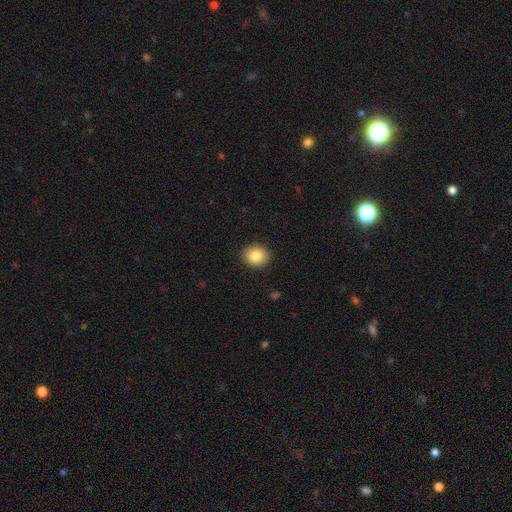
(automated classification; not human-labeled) A smooth galaxy with no disk features (85%) that is round (70%).

Vote fractions:
- Smooth or featured? smooth: 85% / star or artifact: 9% / featured or disk: 6%
- How rounded? round: 70% / in between: 29% / cigar-shaped: 1%
- Merging? none: 91% / minor disturbance: 7% / major disturbance: 2% / merger: 1%